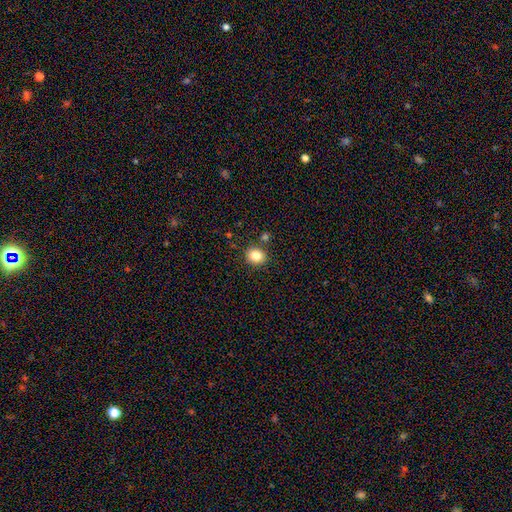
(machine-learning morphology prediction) smooth-or-featured: smooth: 83% | star or artifact: 11% | featured or disk: 6%
  how-rounded: round: 82% | in between: 17% | cigar-shaped: 1%
  merging: none: 83% | minor disturbance: 8% | merger: 6% | major disturbance: 2%